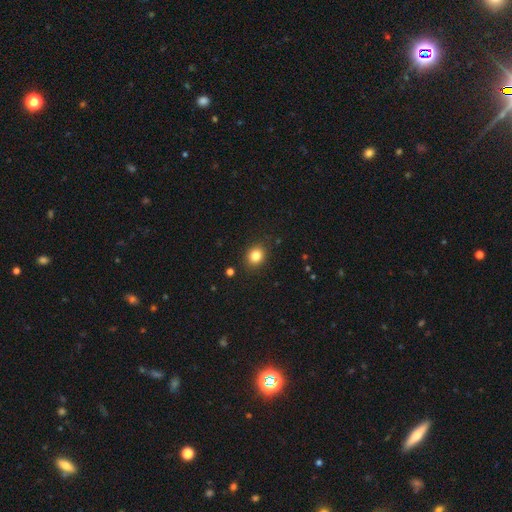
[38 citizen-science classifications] A smooth galaxy with no disk features (89%) that is round (71%). Merging: none (91%).